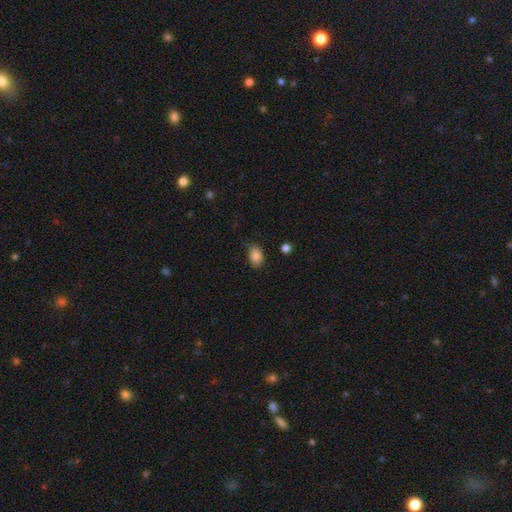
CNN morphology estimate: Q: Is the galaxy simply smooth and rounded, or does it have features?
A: smooth — 87%.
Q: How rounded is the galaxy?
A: in between — 85%.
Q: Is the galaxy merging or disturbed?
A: none — 80%.